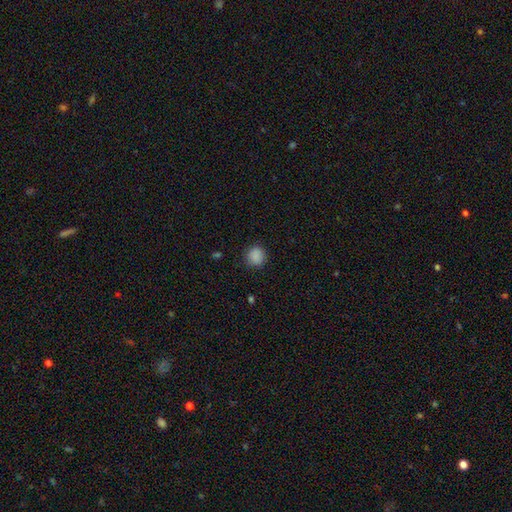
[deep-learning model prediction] This appears to be a smooth galaxy with no disk features (88%) that is round (85%). Merging: none (85%).